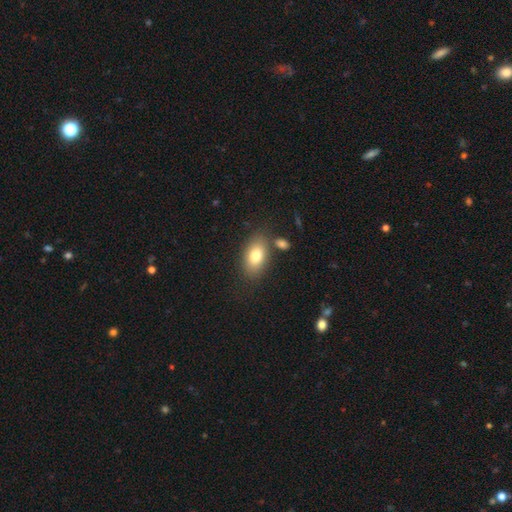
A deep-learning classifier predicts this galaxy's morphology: type=smooth (77%); roundness=in between (89%); merging=none (75%).